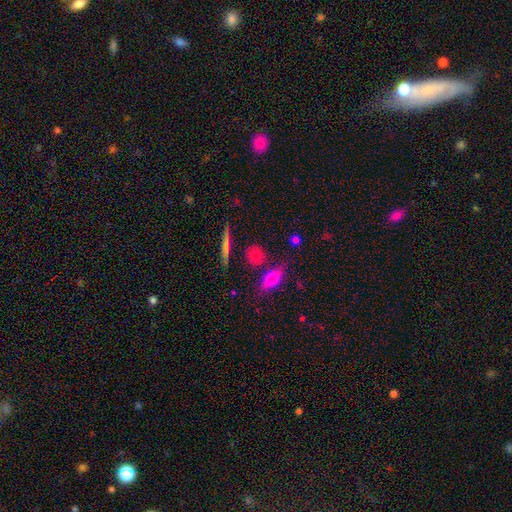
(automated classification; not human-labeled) Smooth or featured: smooth — 72% (featured or disk — 16%)
How rounded: round — 59% (in between — 31%)
Merging: none — 76% (minor disturbance — 12%)